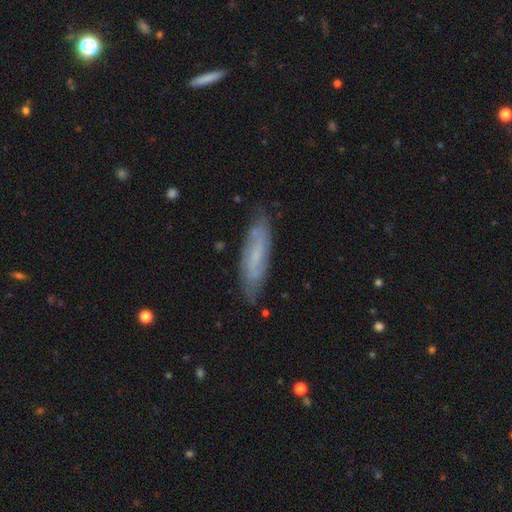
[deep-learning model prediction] featured or disk 54%, smooth 38%, star or artifact 8%. Down the decision tree: edge-on disk — no (67%); merging — none (79%).